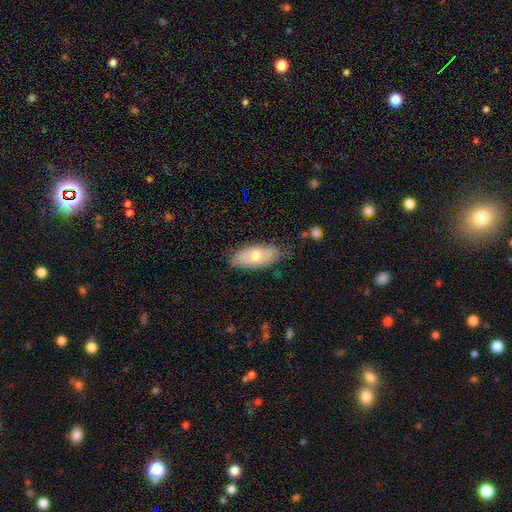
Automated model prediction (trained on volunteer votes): Smooth or featured: smooth — 59% (featured or disk — 34%)
How rounded: in between — 88% (cigar-shaped — 10%)
Merging: none — 73% (minor disturbance — 21%)